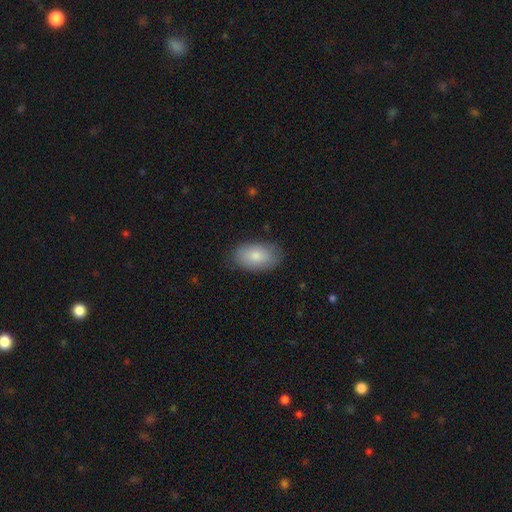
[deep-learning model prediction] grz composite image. It shows a smooth galaxy with no disk features (82%) that is in between round and cigar-shaped (92%). Merging: none (81%).